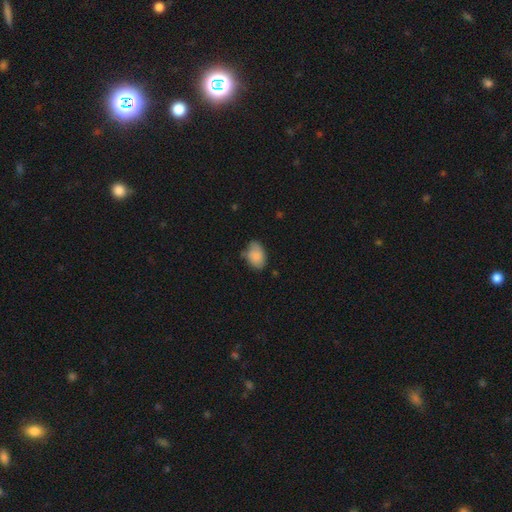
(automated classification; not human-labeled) smooth_or_featured: smooth (p=0.83) [alt: featured or disk p=0.10]
how_rounded: in between (p=0.85) [alt: round p=0.14]
merging: none (p=0.56) [alt: minor disturbance p=0.33]